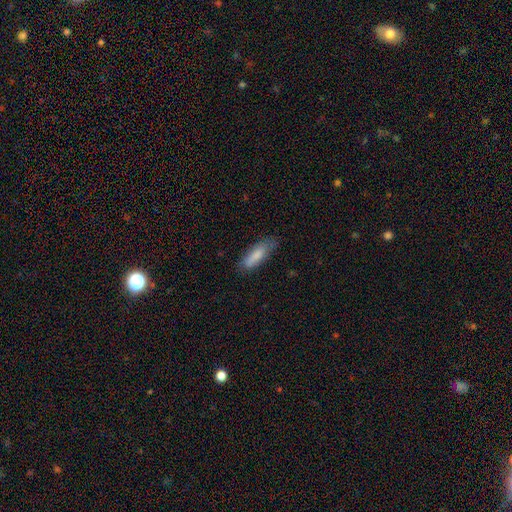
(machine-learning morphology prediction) Overall: smooth (82%). How rounded: cigar-shaped (52%; in between 47%). Merging: none (71%).